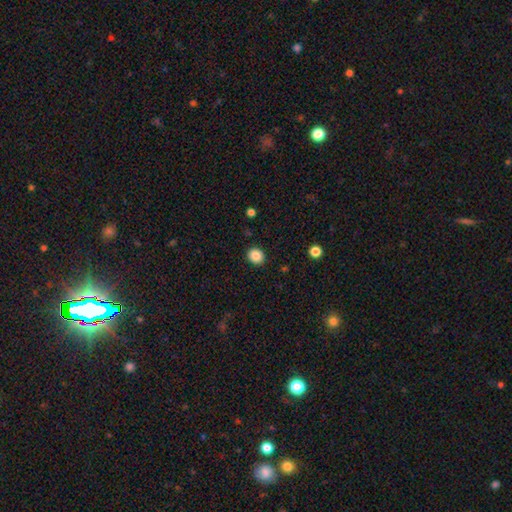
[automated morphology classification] Q: Smooth or featured?
A: smooth (86%); runner-up: star or artifact (10%)
Q: How rounded?
A: round (76%); runner-up: in between (23%)
Q: Merging?
A: none (91%); runner-up: minor disturbance (6%)